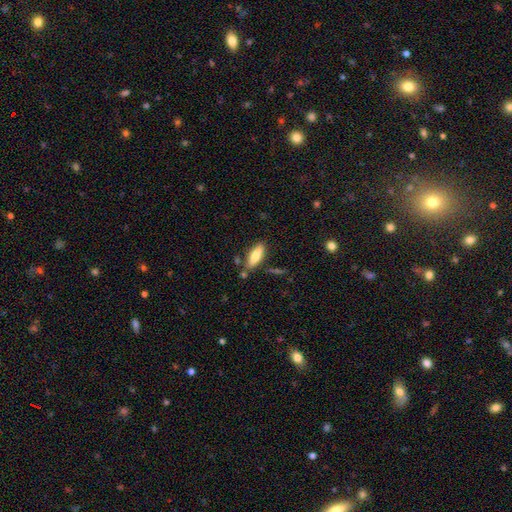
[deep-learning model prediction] Smooth or featured: smooth — 77% (featured or disk — 17%)
How rounded: in between — 56% (cigar-shaped — 43%)
Merging: none — 76% (minor disturbance — 14%)